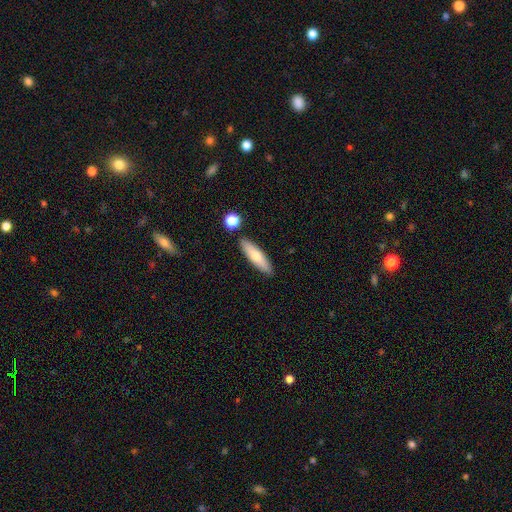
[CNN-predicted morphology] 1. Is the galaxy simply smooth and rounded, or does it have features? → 67% smooth, 26% featured or disk, 6% star or artifact.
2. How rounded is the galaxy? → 65% cigar-shaped, 33% in between, 2% round.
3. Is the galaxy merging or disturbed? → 86% none, 8% minor disturbance, 4% merger, 2% major disturbance.